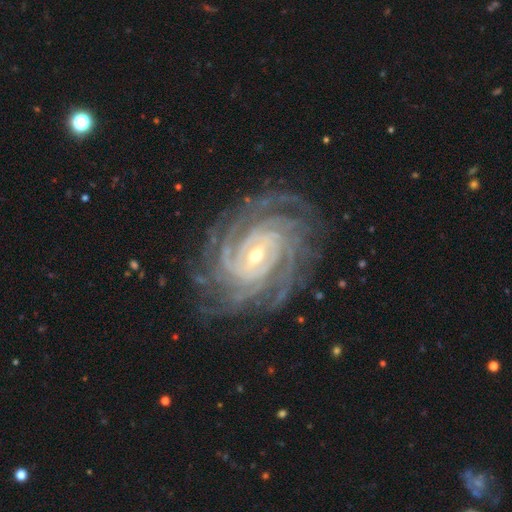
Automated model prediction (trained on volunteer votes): Morphology: type=featured or disk (93%); edge-on=no (97%); bar=weak (40%); spiral arms=yes (99%); winding=tight (84%); arm count=more than 4 (26%); bulge=small (57%); merging=none (81%).